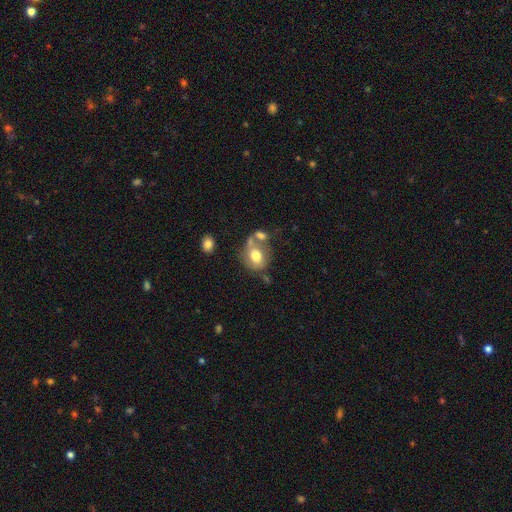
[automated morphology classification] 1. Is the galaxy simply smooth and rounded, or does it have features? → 67% smooth, 24% featured or disk, 9% star or artifact.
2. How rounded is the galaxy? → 53% in between, 46% round, 1% cigar-shaped.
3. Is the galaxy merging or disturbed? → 39% none, 33% merger, 17% minor disturbance, 11% major disturbance.